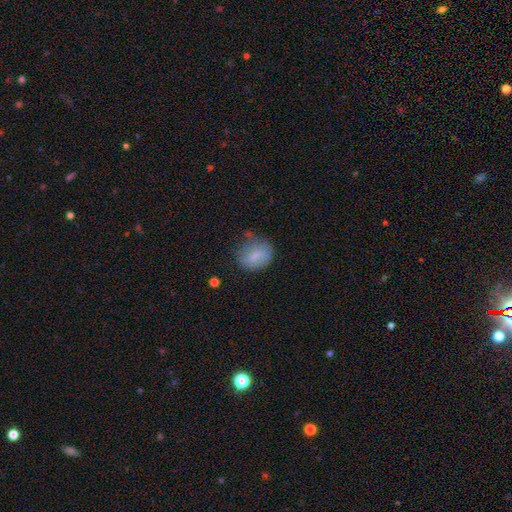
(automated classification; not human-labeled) This is likely a smooth galaxy (68%). How rounded: possibly in between (50%). Merging: possibly none (54%).